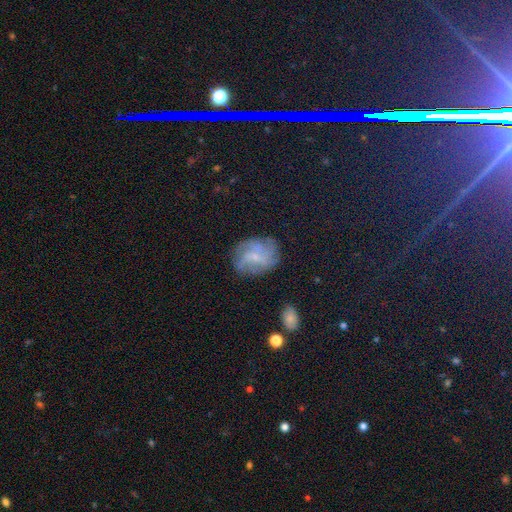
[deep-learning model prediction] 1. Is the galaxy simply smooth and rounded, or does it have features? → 62% featured or disk, 26% smooth, 12% star or artifact.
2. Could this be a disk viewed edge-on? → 97% no, 3% yes.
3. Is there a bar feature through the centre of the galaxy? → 54% no, 39% weak, 7% strong.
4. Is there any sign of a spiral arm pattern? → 84% yes, 16% no.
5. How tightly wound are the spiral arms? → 41% medium, 31% tight, 28% loose.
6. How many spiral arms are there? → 37% can't tell, 20% 4, 16% 3, 12% 2, 8% more than 4, 7% 1.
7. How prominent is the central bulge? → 68% small, 20% moderate, 9% none, 2% large, 1% dominant.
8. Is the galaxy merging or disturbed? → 71% none, 18% minor disturbance, 9% major disturbance, 2% merger.